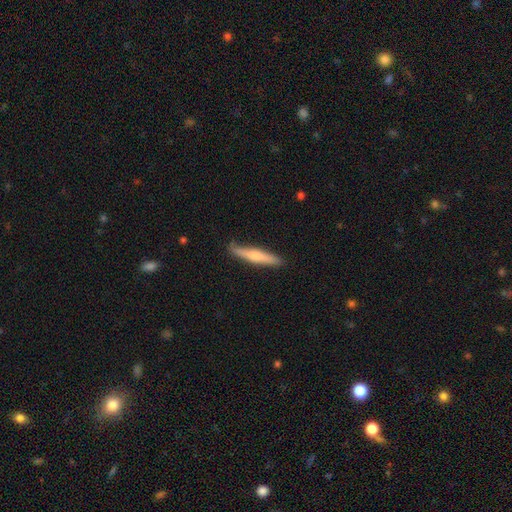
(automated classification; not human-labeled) smooth_or_featured: smooth (p=0.59) [alt: featured or disk p=0.36]
how_rounded: cigar-shaped (p=0.92) [alt: in between p=0.07]
merging: none (p=0.80) [alt: minor disturbance p=0.15]